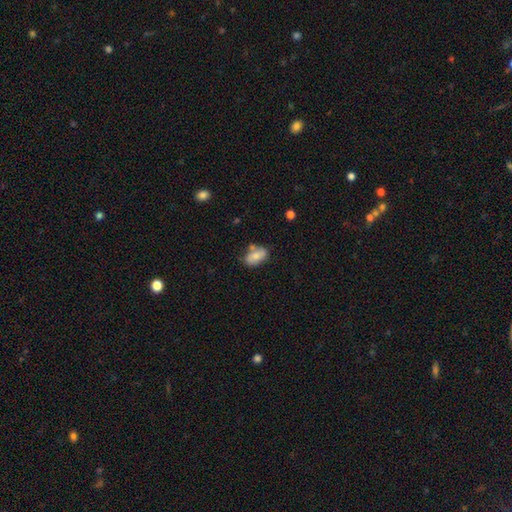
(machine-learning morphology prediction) Q: Smooth or featured?
A: smooth (68%); runner-up: featured or disk (25%)
Q: How rounded?
A: in between (89%); runner-up: round (9%)
Q: Merging?
A: none (59%); runner-up: minor disturbance (22%)